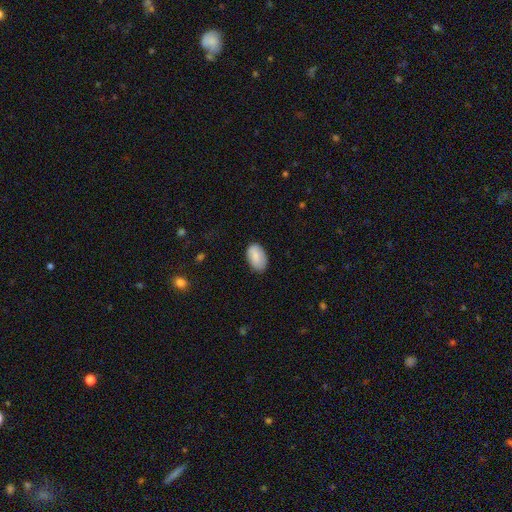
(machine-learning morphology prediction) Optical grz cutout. It shows a smooth galaxy with no disk features (84%) that is in between round and cigar-shaped (93%). Merging: none (77%).